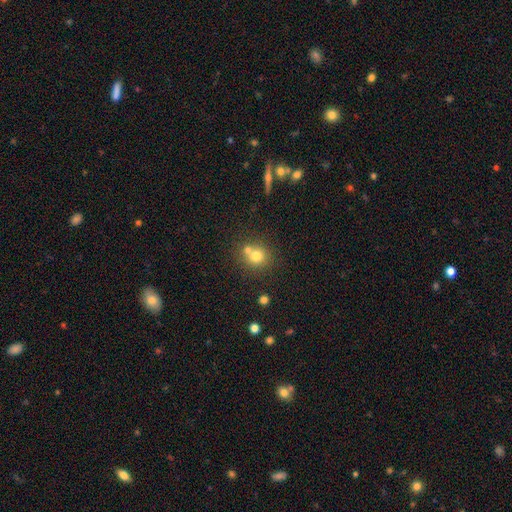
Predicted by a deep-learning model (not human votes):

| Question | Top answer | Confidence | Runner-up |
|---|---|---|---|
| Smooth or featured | smooth | 75% | star or artifact (13%) |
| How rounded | round | 86% | in between (13%) |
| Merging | none | 54% | merger (36%) |